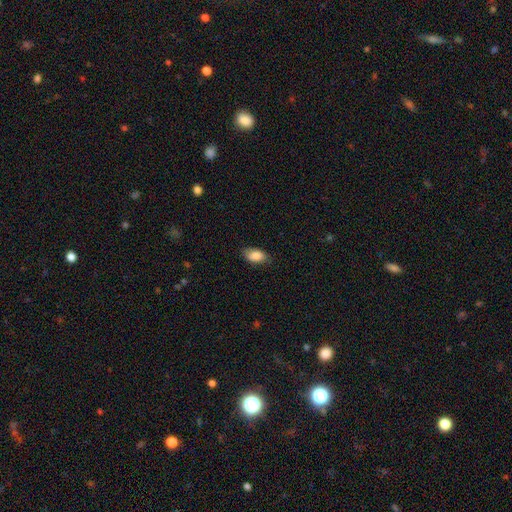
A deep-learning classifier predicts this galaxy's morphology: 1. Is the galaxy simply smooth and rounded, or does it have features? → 86% smooth, 7% featured or disk, 7% star or artifact.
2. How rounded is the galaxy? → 92% in between, 5% round, 3% cigar-shaped.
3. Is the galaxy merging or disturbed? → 79% none, 16% minor disturbance, 3% major disturbance, 1% merger.